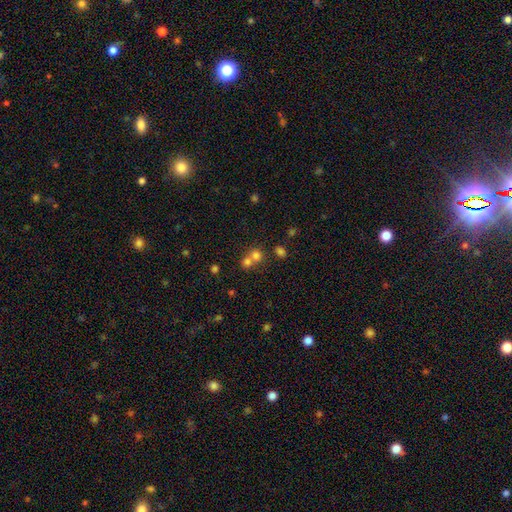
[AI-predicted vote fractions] smooth_or_featured: smooth (p=0.71) [alt: star or artifact p=0.18]
how_rounded: round (p=0.82) [alt: in between p=0.17]
merging: merger (p=0.53) [alt: none p=0.40]